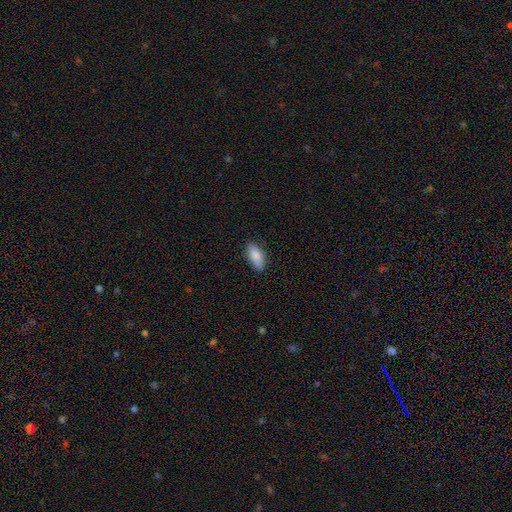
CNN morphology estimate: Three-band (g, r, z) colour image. It shows a smooth galaxy with no disk features (84%) that is in between round and cigar-shaped (85%). Merging: none (84%).